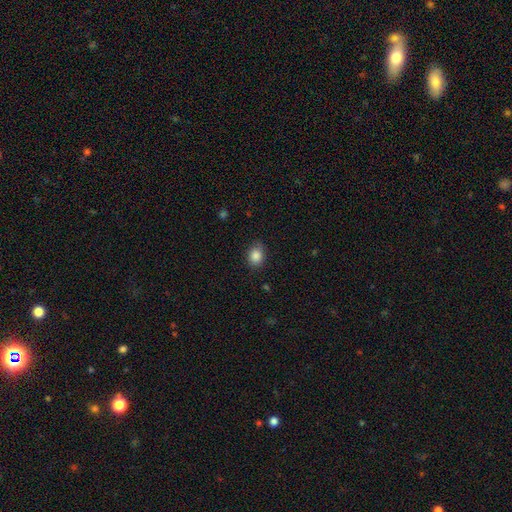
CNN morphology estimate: Q: Smooth or featured?
A: smooth (86%); runner-up: star or artifact (9%)
Q: How rounded?
A: in between (57%); runner-up: round (42%)
Q: Merging?
A: none (83%); runner-up: minor disturbance (13%)